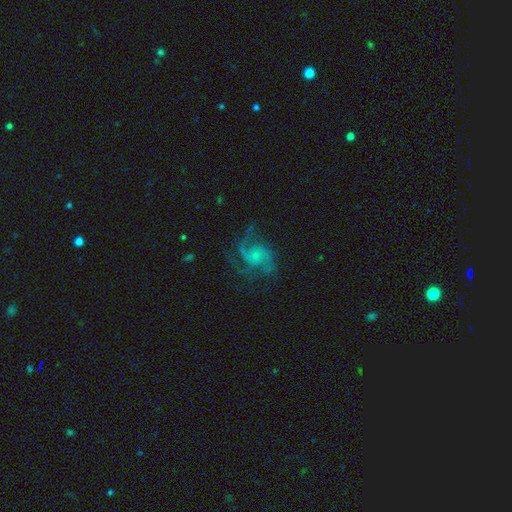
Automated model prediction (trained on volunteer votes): This is clearly a featured or disk galaxy (82%). It is clearly not viewed edge-on (98%). Bar: likely no (71%). Spiral arm pattern: clearly yes (94%). Spiral arm count: marginally 2 (44%). Spiral winding: possibly medium (50%). Central bulge: likely small (69%). Merging: possibly none (58%).